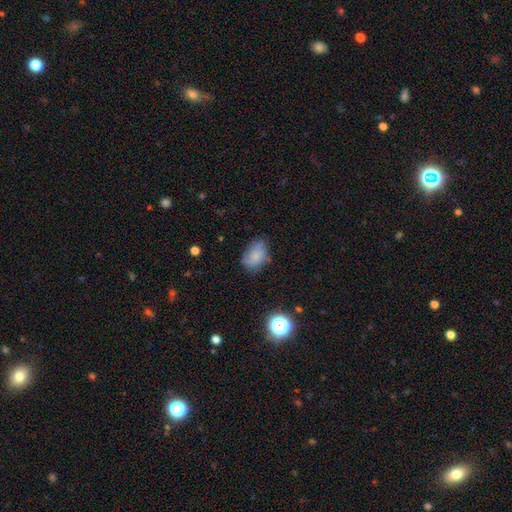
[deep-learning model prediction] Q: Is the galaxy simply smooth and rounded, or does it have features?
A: smooth — 68%.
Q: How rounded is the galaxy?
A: in between — 79%.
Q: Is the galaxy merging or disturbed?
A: none — 56%.